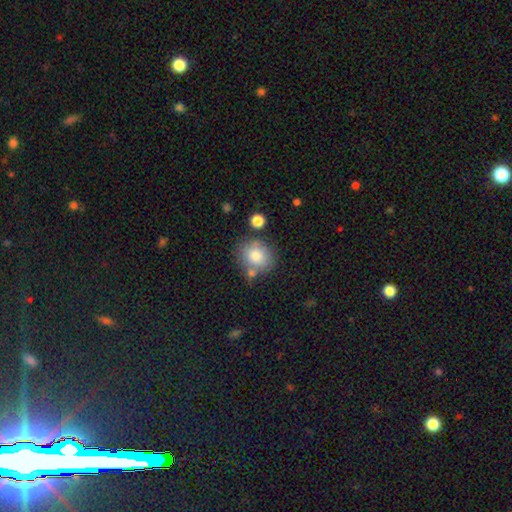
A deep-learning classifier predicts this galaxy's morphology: smooth-or-featured: smooth: 79% | featured or disk: 12% | star or artifact: 9%
  how-rounded: round: 71% | in between: 28% | cigar-shaped: 1%
  merging: none: 65% | minor disturbance: 16% | merger: 14% | major disturbance: 5%